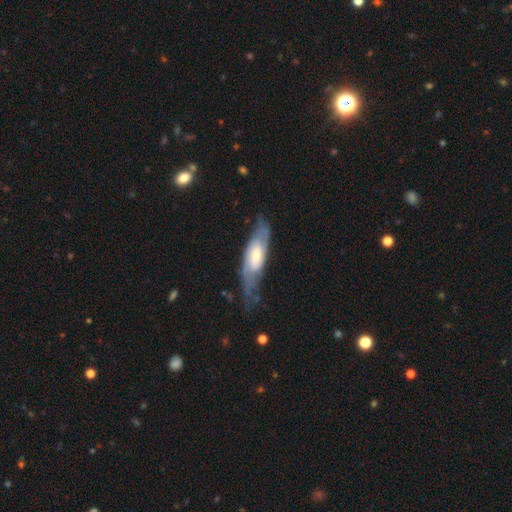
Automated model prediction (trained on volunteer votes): Smooth or featured? featured or disk (70%)
Edge-on disk? no (74%)
Bar? no (44%)
Spiral arms? yes (84%)
Bulge size? moderate (50%)
Merging? none (59%)